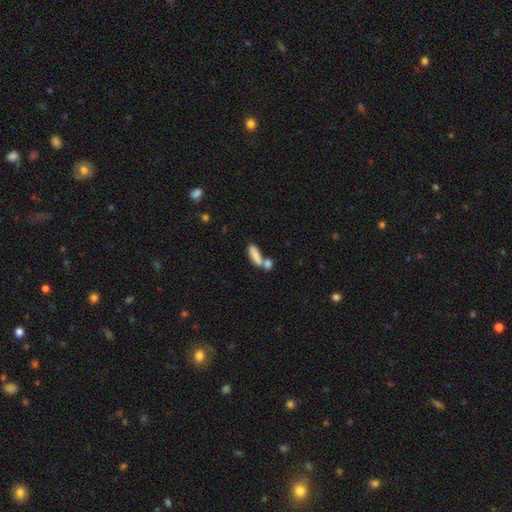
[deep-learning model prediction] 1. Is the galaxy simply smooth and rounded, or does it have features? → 81% smooth, 11% featured or disk, 8% star or artifact.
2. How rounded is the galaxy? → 55% in between, 42% cigar-shaped, 3% round.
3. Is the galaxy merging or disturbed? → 46% merger, 40% none, 10% minor disturbance, 5% major disturbance.